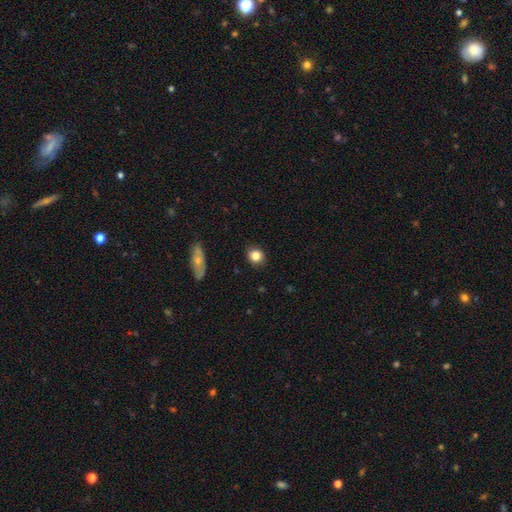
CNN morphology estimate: A smooth galaxy with no disk features (82%) that is round (75%). Merging: none (87%).